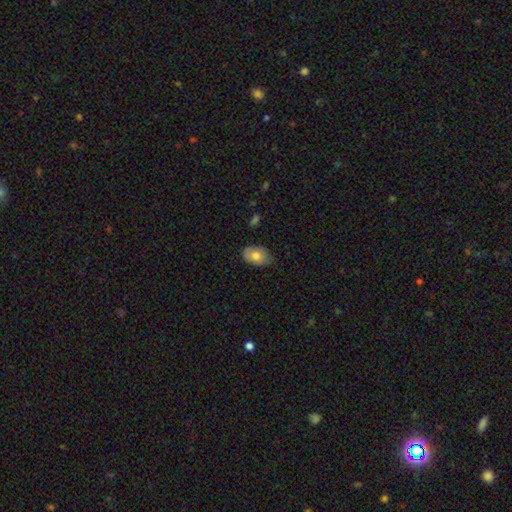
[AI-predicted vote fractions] Smooth or featured? smooth (78%)
How rounded? in between (86%)
Merging? none (67%)